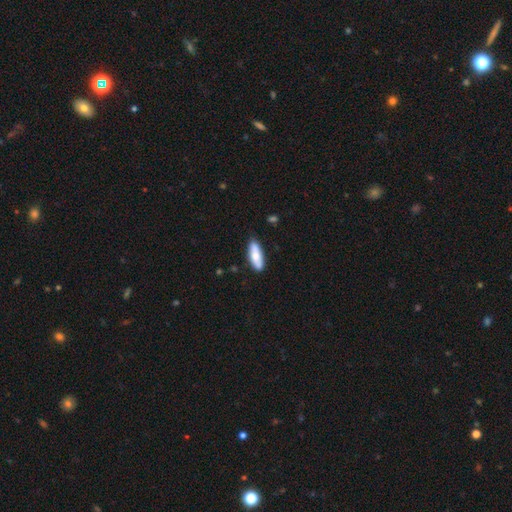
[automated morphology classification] Smooth or featured? smooth (74%)
How rounded? in between (61%)
Merging? none (82%)